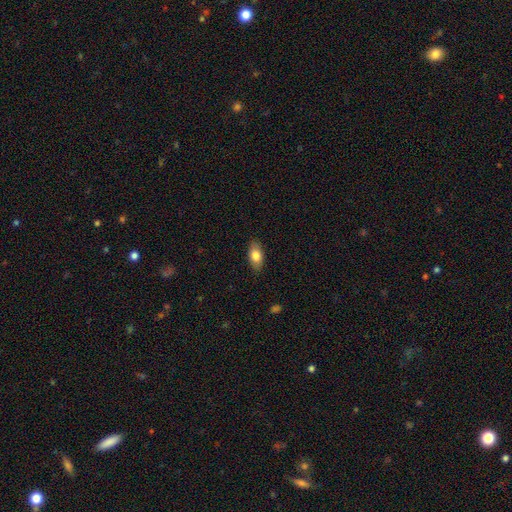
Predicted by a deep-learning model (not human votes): This appears to be a smooth galaxy with no disk features (80%) that is in between round and cigar-shaped (89%). Merging: none (87%).